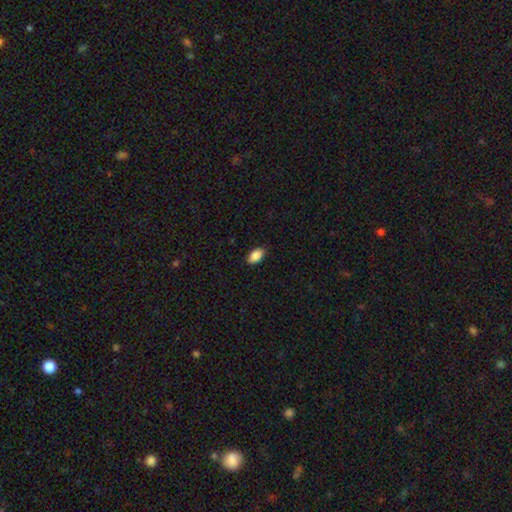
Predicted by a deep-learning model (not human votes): Smooth or featured: smooth — 88% (star or artifact — 7%)
How rounded: in between — 93% (round — 5%)
Merging: none — 87% (minor disturbance — 10%)